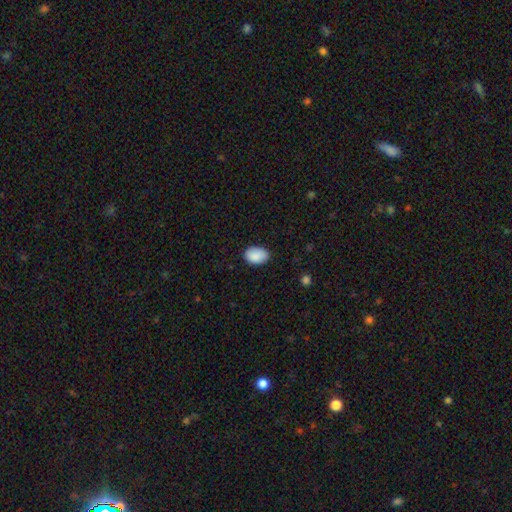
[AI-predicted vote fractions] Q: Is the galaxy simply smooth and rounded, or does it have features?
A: smooth — 90%.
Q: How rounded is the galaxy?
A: in between — 87%.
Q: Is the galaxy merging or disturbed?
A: none — 82%.